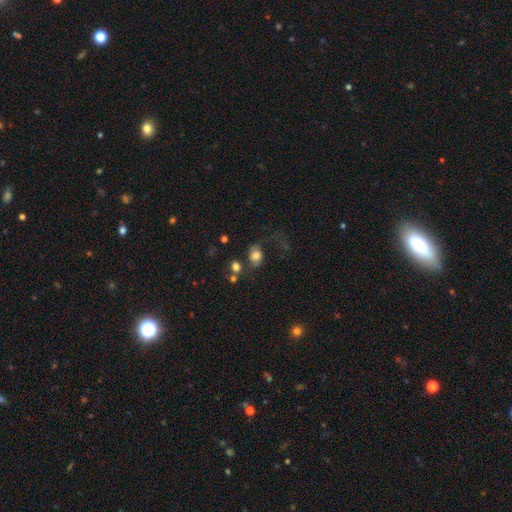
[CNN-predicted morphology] A smooth galaxy with no disk features (70%) that is in between round and cigar-shaped (55%). Merging: none (40%).